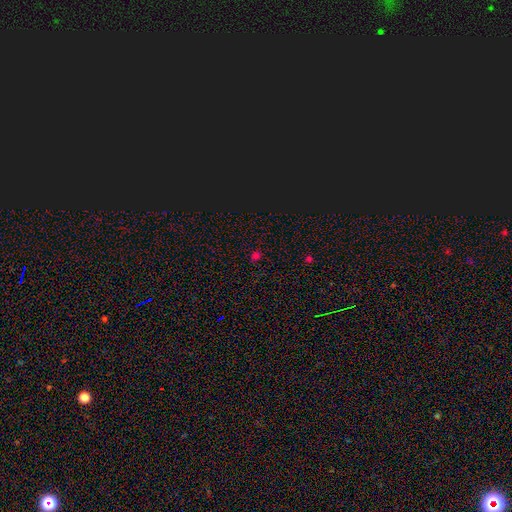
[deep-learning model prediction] This appears to be a smooth galaxy with no disk features (55%) that is round (63%). Merging: none (82%).